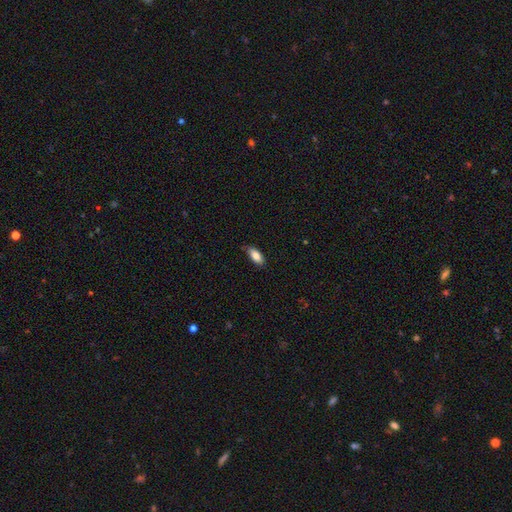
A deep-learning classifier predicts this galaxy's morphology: Smooth or featured: smooth — 84% (featured or disk — 9%)
How rounded: in between — 86% (cigar-shaped — 11%)
Merging: none — 77% (minor disturbance — 19%)